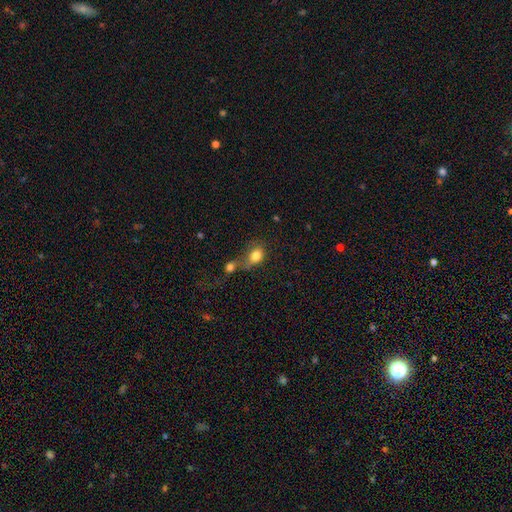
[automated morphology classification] Overall: smooth (80%). How rounded: in between (61%; round 37%). Merging: merger (51%; none 24%).